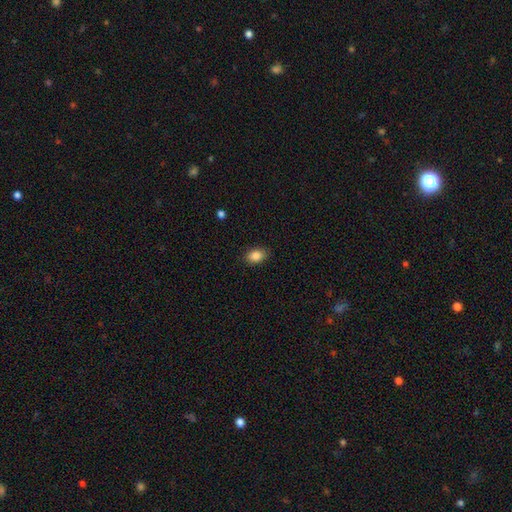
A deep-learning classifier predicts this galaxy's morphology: A smooth galaxy with no disk features (86%) that is in between round and cigar-shaped (81%).

Vote fractions:
- Smooth or featured? smooth: 86% / star or artifact: 9% / featured or disk: 5%
- How rounded? in between: 81% / round: 18% / cigar-shaped: 1%
- Merging? none: 87% / minor disturbance: 10% / major disturbance: 2% / merger: 1%